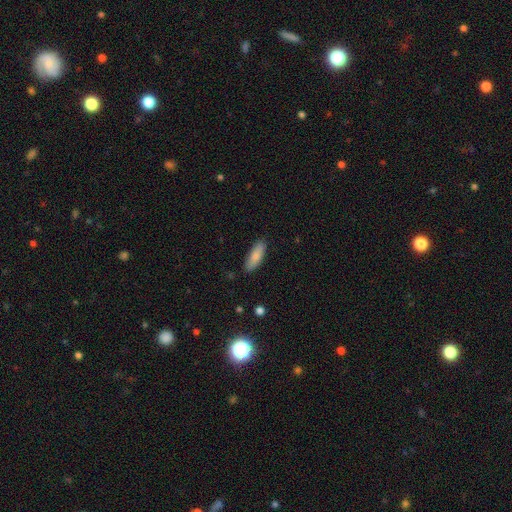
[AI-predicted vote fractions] A smooth galaxy with no disk features (84%) that is in between round and cigar-shaped (55%).

Vote fractions:
- Smooth or featured? smooth: 84% / featured or disk: 10% / star or artifact: 6%
- How rounded? in between: 55% / cigar-shaped: 44% / round: 2%
- Merging? none: 86% / minor disturbance: 11% / major disturbance: 2% / merger: 1%